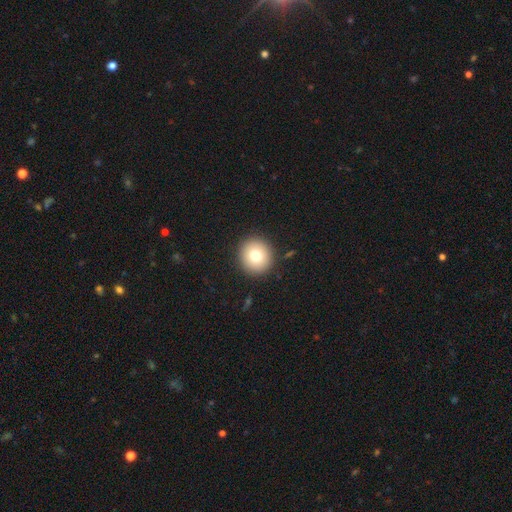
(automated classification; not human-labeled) Smooth or featured?
  - smooth: 75% *
  - featured or disk: 14%
  - star or artifact: 11%
How rounded?
  - round: 92% *
  - in between: 7%
  - cigar-shaped: 1%
Merging?
  - none: 91% *
  - minor disturbance: 6%
  - major disturbance: 2%
  - merger: 1%